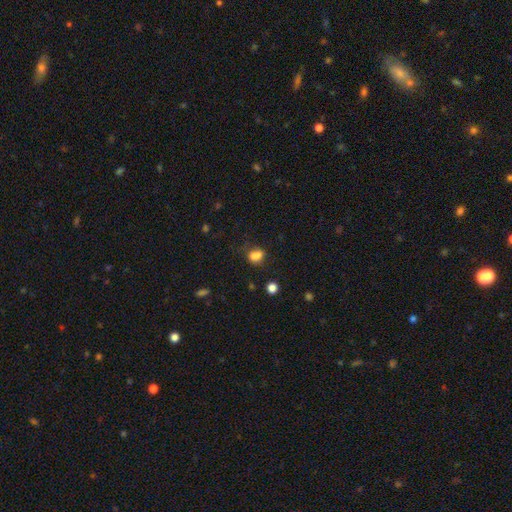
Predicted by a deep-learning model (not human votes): Q: Smooth or featured?
A: smooth (77%); runner-up: star or artifact (14%)
Q: How rounded?
A: in between (52%); runner-up: round (46%)
Q: Merging?
A: none (46%); runner-up: merger (28%)